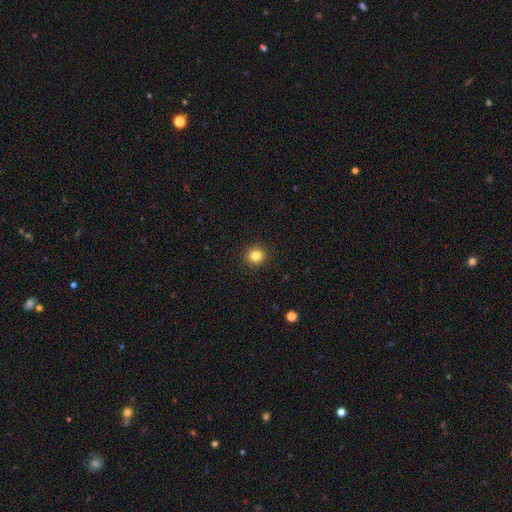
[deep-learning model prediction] Smooth or featured? Predicted: smooth (p=0.83). How rounded? Predicted: round (p=0.88). Merging? Predicted: none (p=0.92).